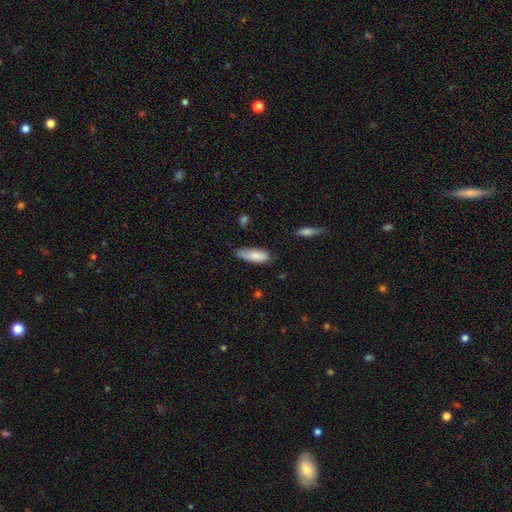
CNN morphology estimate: This is clearly a smooth galaxy (83%). How rounded: likely in between (65%). Merging: likely none (64%).